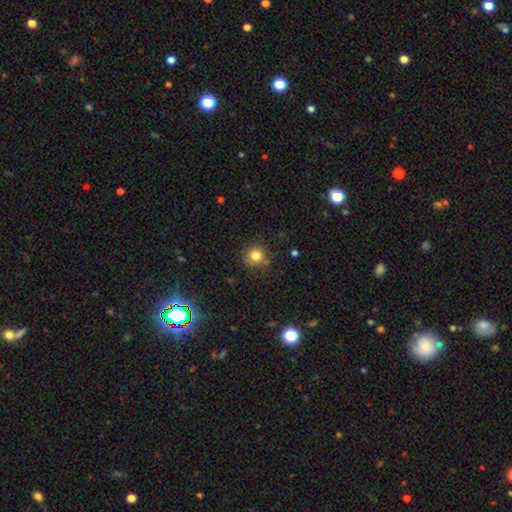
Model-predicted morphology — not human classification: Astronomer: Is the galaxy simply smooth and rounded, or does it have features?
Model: smooth — 80%.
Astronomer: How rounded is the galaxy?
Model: round — 92%.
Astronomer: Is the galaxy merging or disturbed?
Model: none — 81%.